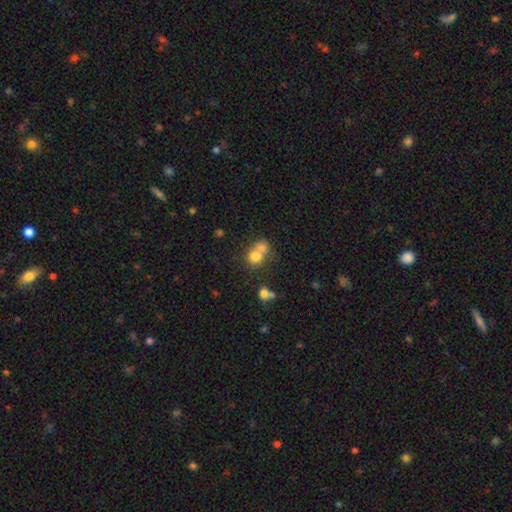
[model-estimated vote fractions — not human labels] smooth-or-featured: smooth: 73% | featured or disk: 16% | star or artifact: 12%
  how-rounded: round: 75% | in between: 25% | cigar-shaped: 1%
  merging: merger: 58% | none: 32% | minor disturbance: 7% | major disturbance: 4%